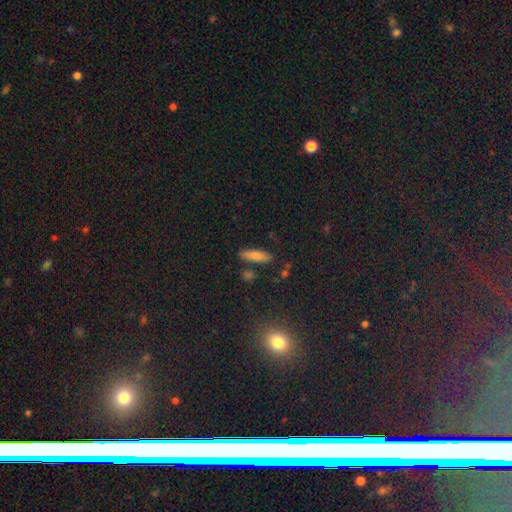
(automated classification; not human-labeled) A smooth galaxy with no disk features (79%) that is cigar-shaped (52%).

Vote fractions:
- Smooth or featured? smooth: 79% / featured or disk: 11% / star or artifact: 9%
- How rounded? cigar-shaped: 52% / in between: 45% / round: 3%
- Merging? none: 81% / minor disturbance: 11% / merger: 5% / major disturbance: 3%